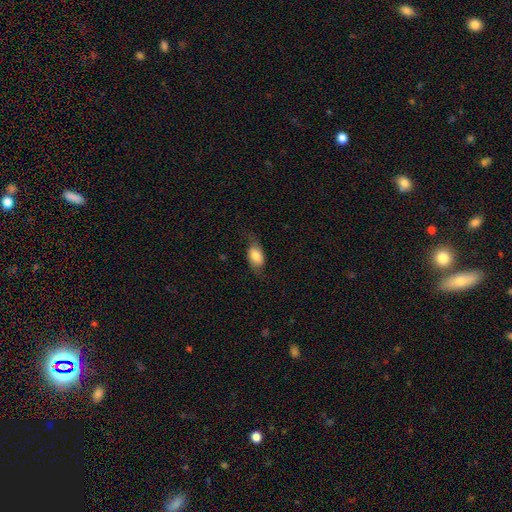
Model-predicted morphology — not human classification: A smooth galaxy with no disk features (66%) that is in between round and cigar-shaped (88%). Merging: none (62%).